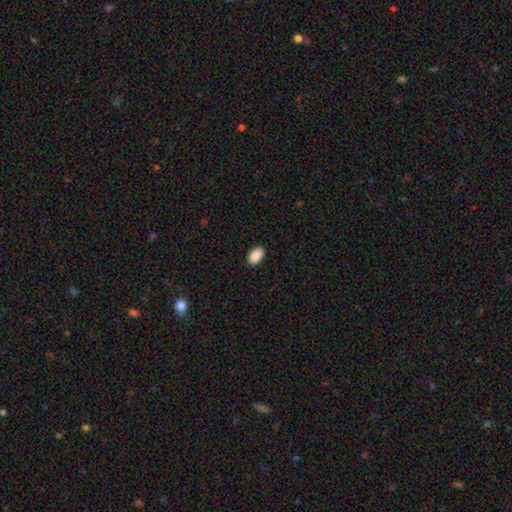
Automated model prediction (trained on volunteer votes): Q: Smooth or featured?
A: smooth (90%); runner-up: star or artifact (7%)
Q: How rounded?
A: in between (94%); runner-up: round (5%)
Q: Merging?
A: none (90%); runner-up: minor disturbance (8%)